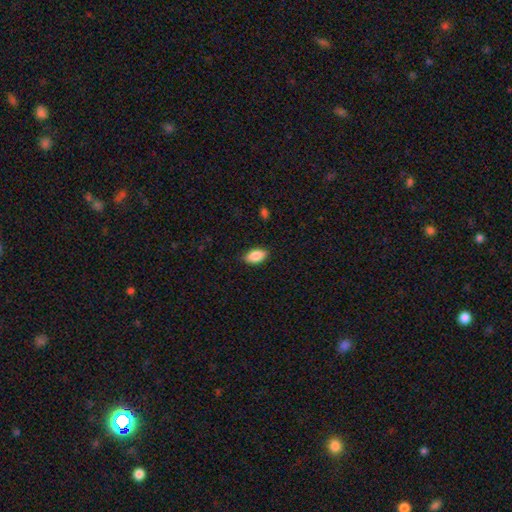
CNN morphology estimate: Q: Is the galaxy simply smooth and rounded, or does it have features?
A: smooth — 87%.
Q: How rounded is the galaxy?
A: in between — 92%.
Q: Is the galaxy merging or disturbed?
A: none — 86%.